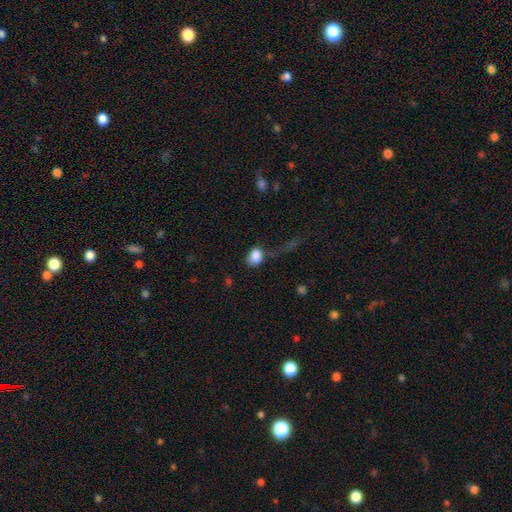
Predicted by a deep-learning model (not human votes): This is clearly a smooth galaxy (84%). How rounded: likely in between (67%). Merging: marginally major disturbance (36%).